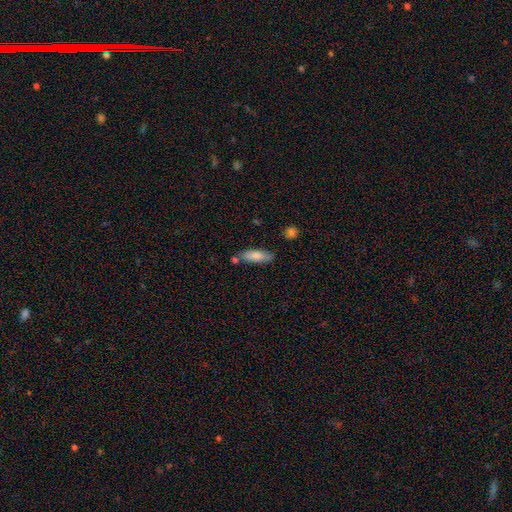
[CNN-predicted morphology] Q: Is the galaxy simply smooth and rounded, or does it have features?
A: smooth — 80%.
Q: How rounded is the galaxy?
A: in between — 65%.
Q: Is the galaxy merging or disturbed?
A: none — 70%.